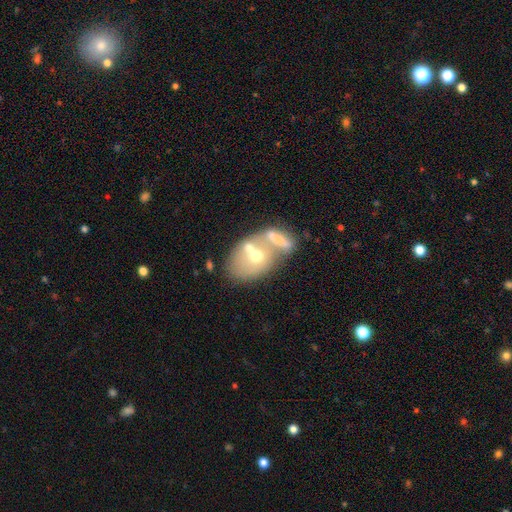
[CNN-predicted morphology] Smooth or featured?
  - smooth: 48% *
  - featured or disk: 43%
  - star or artifact: 10%
Merging?
  - merger: 53% *
  - none: 25%
  - minor disturbance: 12%
  - major disturbance: 9%